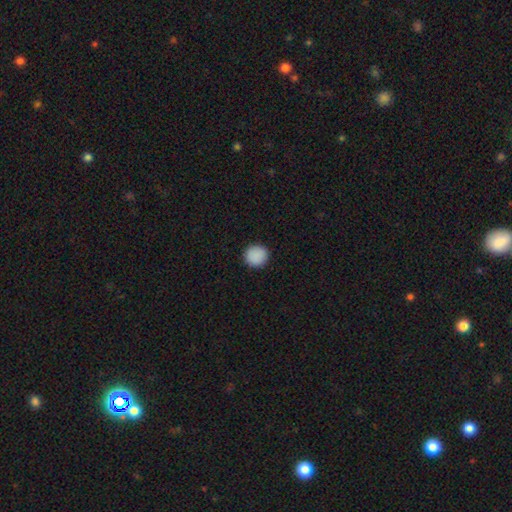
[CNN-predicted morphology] Smooth or featured? Predicted: smooth (p=0.89). How rounded? Predicted: round (p=0.94). Merging? Predicted: none (p=0.93).